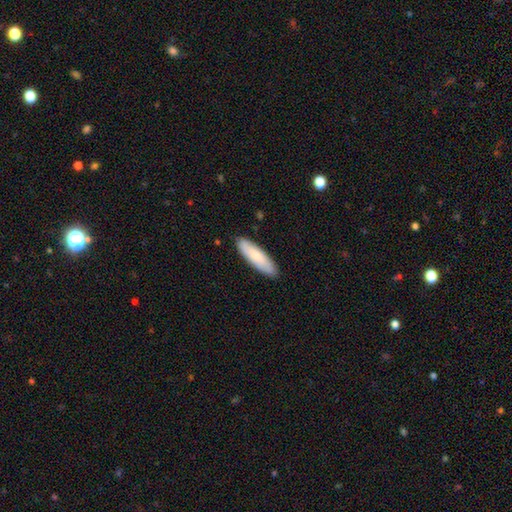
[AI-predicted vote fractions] This is likely a smooth galaxy (77%). How rounded: possibly cigar-shaped (58%). Merging: clearly none (88%).